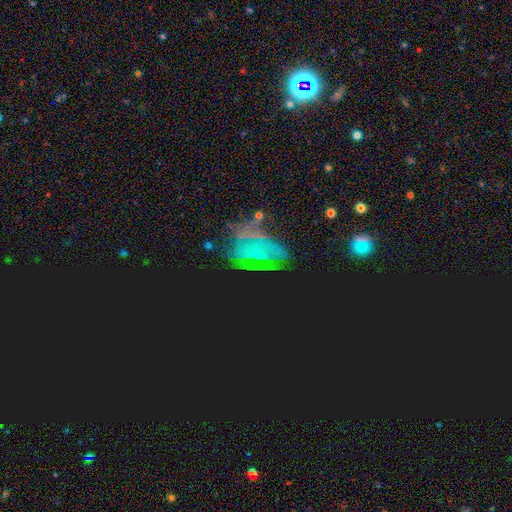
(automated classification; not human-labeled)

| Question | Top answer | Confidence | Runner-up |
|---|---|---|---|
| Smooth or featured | star or artifact | 44% | featured or disk (36%) |